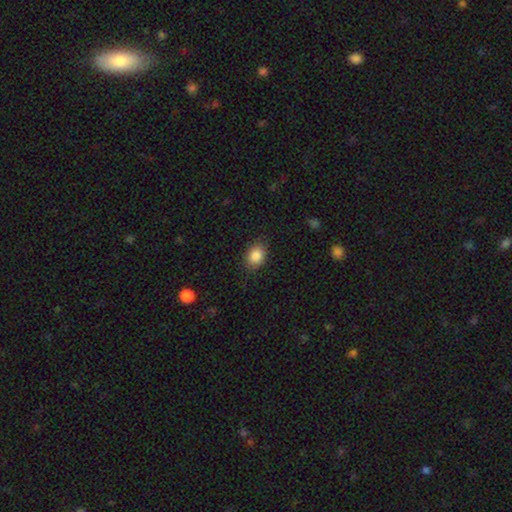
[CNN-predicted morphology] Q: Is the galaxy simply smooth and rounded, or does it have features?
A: smooth — 86%.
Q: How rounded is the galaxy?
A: in between — 65%.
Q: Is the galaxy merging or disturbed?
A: none — 83%.